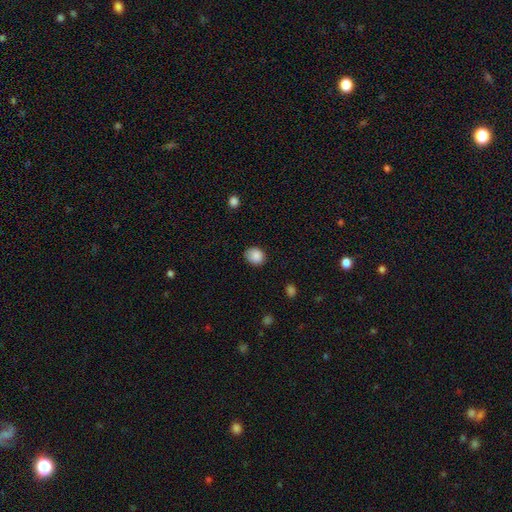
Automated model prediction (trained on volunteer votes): A smooth galaxy with no disk features (87%) that is round (63%). Merging: none (79%).